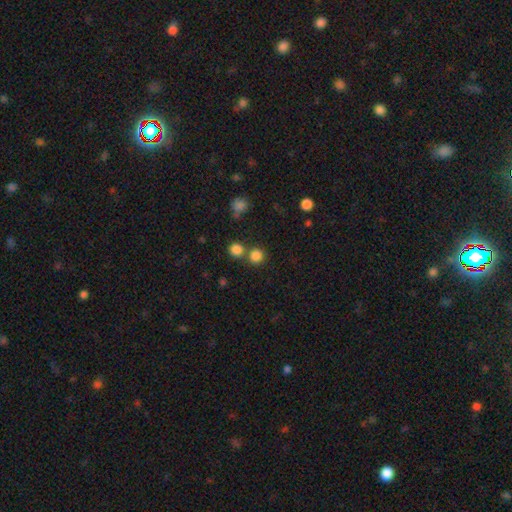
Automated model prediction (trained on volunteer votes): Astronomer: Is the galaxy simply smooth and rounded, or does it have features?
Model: smooth — 81%.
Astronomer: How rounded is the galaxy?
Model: round — 91%.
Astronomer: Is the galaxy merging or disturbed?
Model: none — 67%.